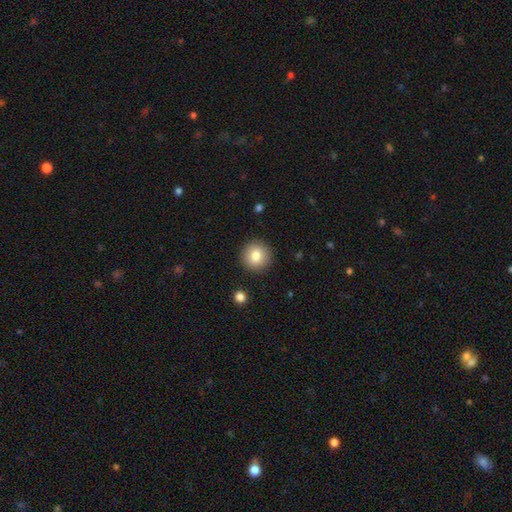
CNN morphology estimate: smooth_or_featured: smooth (p=0.81) [alt: featured or disk p=0.10]
how_rounded: round (p=0.95) [alt: in between p=0.04]
merging: none (p=0.91) [alt: minor disturbance p=0.06]